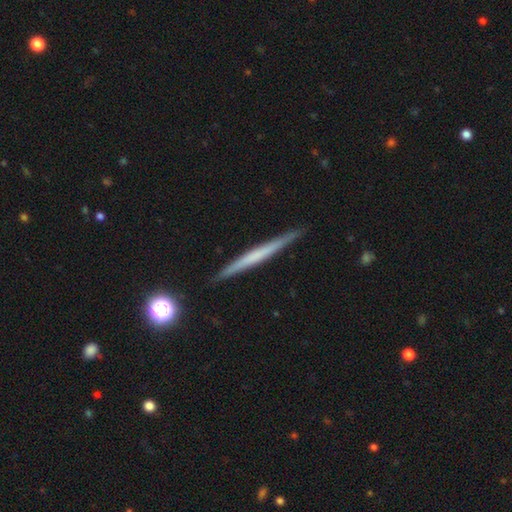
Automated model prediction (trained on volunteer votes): Smooth or featured? featured or disk (54%)
Edge-on disk? yes (97%)
Edge-on bulge? none (79%)
Merging? none (91%)